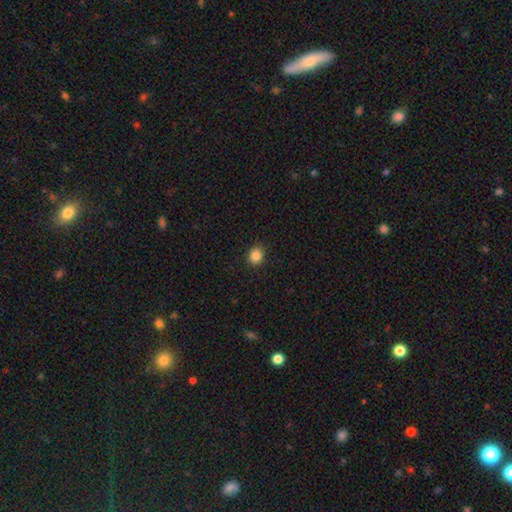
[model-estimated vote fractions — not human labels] smooth_or_featured: smooth (p=0.86) [alt: star or artifact p=0.10]
how_rounded: round (p=0.72) [alt: in between p=0.28]
merging: none (p=0.90) [alt: minor disturbance p=0.07]